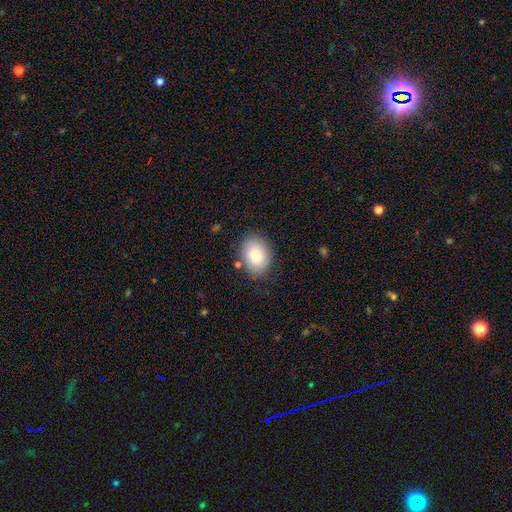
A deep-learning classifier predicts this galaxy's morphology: type=smooth (86%); roundness=in between (72%); merging=none (79%).